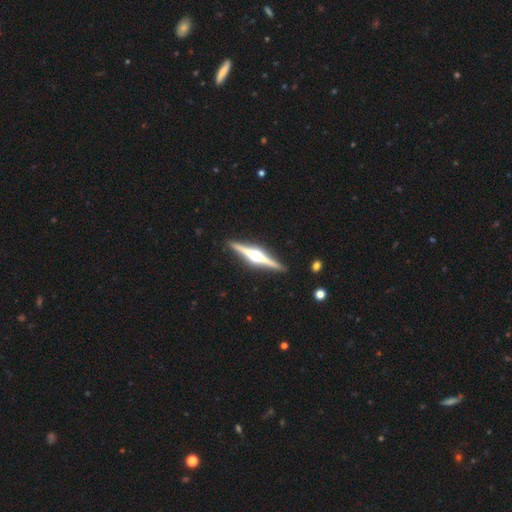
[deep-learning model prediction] The model was most divided on "smooth or featured": featured or disk: 86%, smooth: 9%, star or artifact: 4%. More confident: edge-on disk — yes (99%); edge-on bulge — rounded (95%); merging — none (92%).